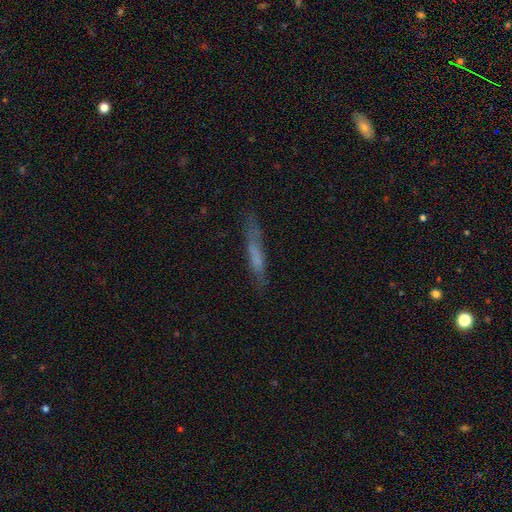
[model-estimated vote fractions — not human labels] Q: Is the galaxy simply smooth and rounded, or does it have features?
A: smooth — 55%.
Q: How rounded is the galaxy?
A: cigar-shaped — 91%.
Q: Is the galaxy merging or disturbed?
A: none — 70%.